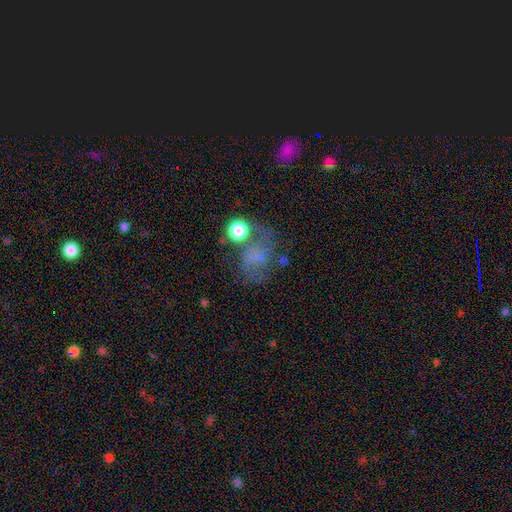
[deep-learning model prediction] smooth-or-featured: smooth: 47% | featured or disk: 33% | star or artifact: 20%
  merging: none: 43% | major disturbance: 26% | minor disturbance: 21% | merger: 11%